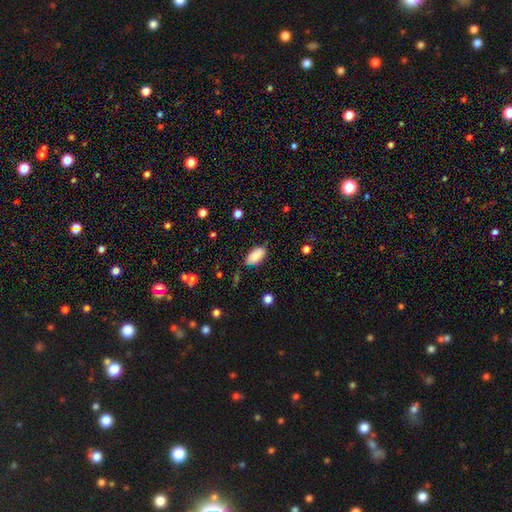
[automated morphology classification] This appears to be a smooth galaxy with no disk features (88%) that is in between round and cigar-shaped (93%). Merging: none (75%).